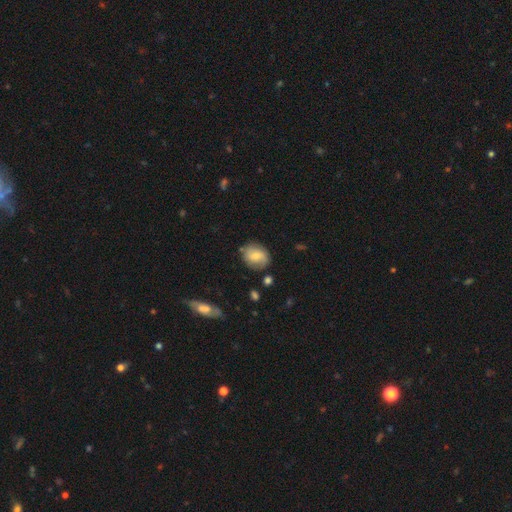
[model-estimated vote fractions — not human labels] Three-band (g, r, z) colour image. It shows a smooth galaxy with no disk features (67%) that is round (54%). Merging: none (73%).